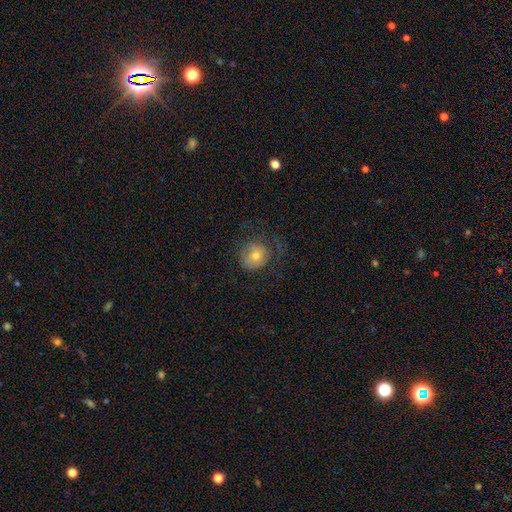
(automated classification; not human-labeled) Overall: smooth (58%; featured or disk 31%). How rounded: round (78%). Merging: none (54%; major disturbance 25%).